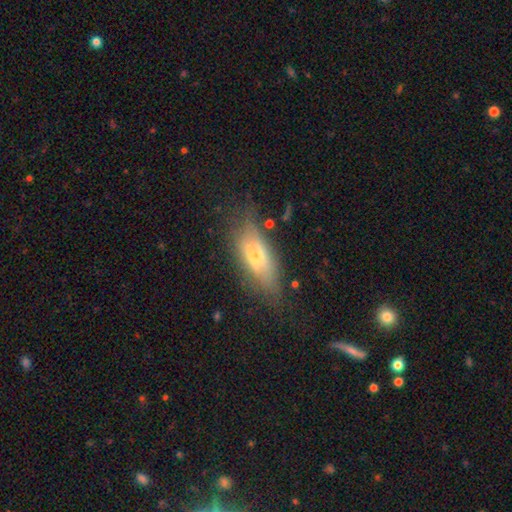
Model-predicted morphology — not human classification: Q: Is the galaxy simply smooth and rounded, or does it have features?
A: featured or disk — 49%.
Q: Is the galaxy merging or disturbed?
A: none — 69%.